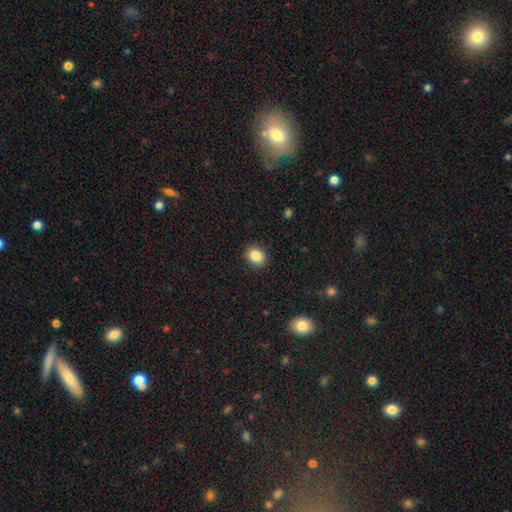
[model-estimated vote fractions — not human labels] Smooth or featured? Predicted: smooth (p=0.86). How rounded? Predicted: in between (p=0.55). Merging? Predicted: none (p=0.90).